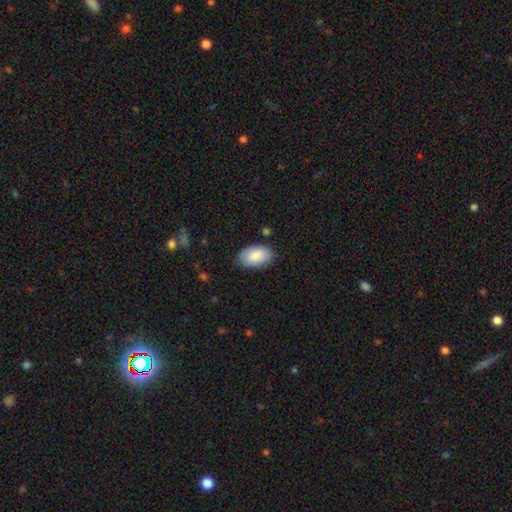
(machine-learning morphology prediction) smooth 87%, featured or disk 7%, star or artifact 6%. Down the decision tree: how rounded — in between (94%); merging — none (83%).